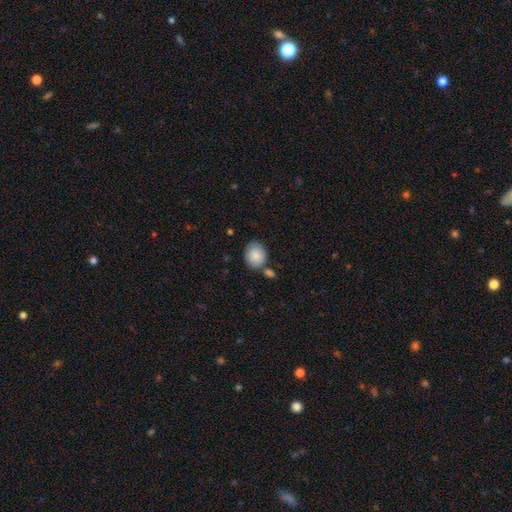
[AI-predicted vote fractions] This appears to be a smooth galaxy with no disk features (87%) that is round (60%). Merging: none (68%).